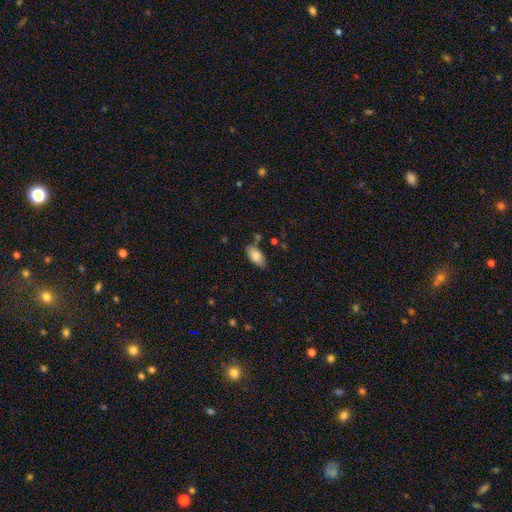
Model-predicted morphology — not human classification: Smooth or featured? Predicted: smooth (p=0.83). How rounded? Predicted: in between (p=0.92). Merging? Predicted: none (p=0.76).